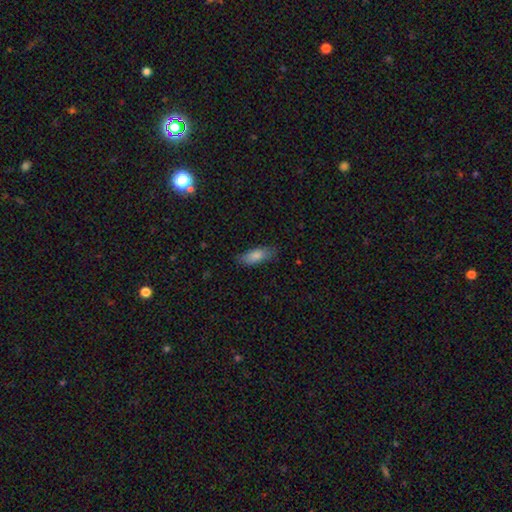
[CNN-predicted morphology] Smooth or featured: smooth — 83% (featured or disk — 10%)
How rounded: in between — 74% (cigar-shaped — 24%)
Merging: none — 77% (minor disturbance — 18%)